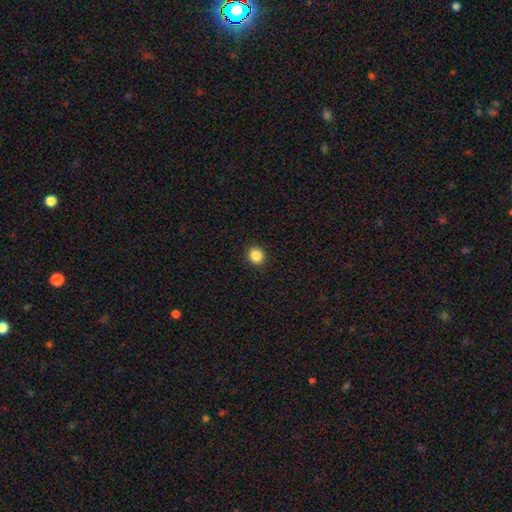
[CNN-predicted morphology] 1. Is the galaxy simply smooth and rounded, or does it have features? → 86% smooth, 10% star or artifact, 4% featured or disk.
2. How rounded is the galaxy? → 83% round, 16% in between, 1% cigar-shaped.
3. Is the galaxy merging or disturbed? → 92% none, 5% minor disturbance, 2% major disturbance, 1% merger.